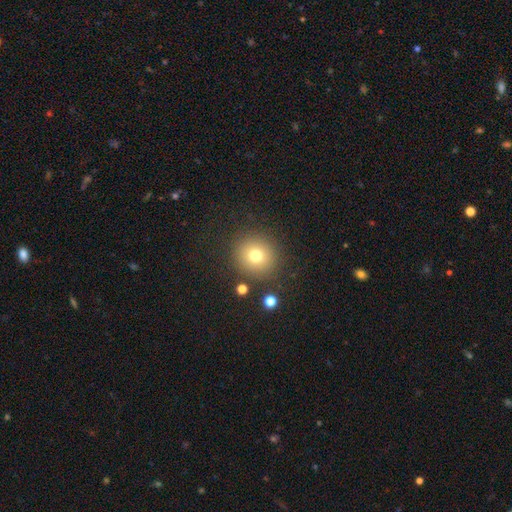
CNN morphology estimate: The model was most divided on "smooth or featured": smooth: 74%, star or artifact: 15%, featured or disk: 11%. More confident: how rounded — round (92%); merging — none (87%).